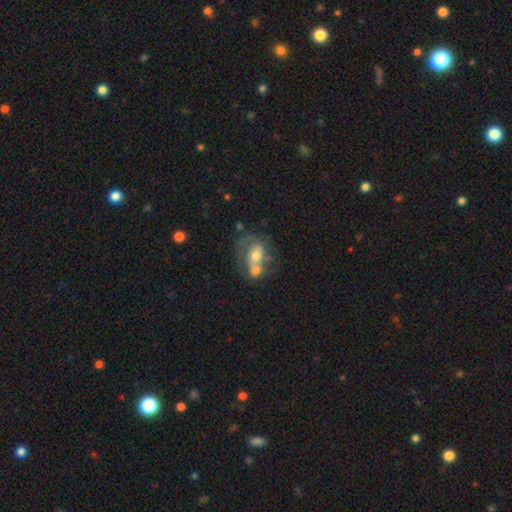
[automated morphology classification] type=smooth (46%); merging=merger (56%).